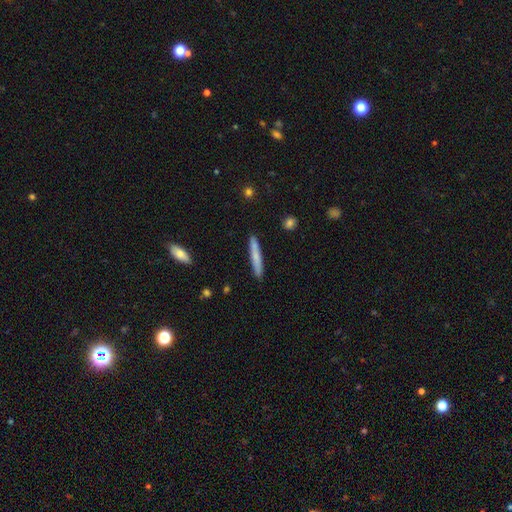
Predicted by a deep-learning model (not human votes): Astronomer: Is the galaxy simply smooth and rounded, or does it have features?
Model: smooth — 69%.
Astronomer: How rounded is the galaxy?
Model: cigar-shaped — 95%.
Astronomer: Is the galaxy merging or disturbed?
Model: none — 89%.